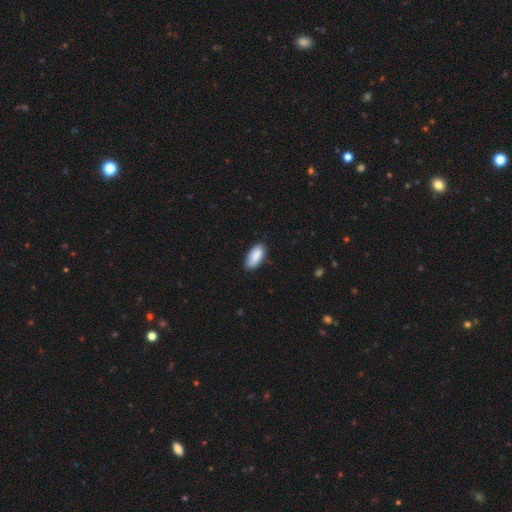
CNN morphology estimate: smooth_or_featured: smooth (p=0.88) [alt: featured or disk p=0.06]
how_rounded: in between (p=0.91) [alt: cigar-shaped p=0.08]
merging: none (p=0.80) [alt: minor disturbance p=0.17]